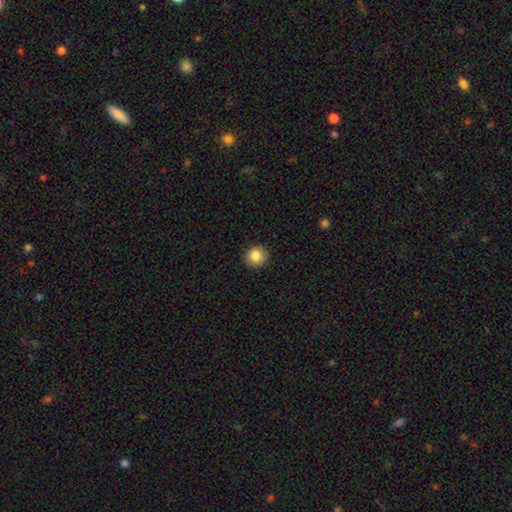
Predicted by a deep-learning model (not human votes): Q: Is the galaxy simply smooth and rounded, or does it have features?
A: smooth — 85%.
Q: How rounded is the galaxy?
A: round — 93%.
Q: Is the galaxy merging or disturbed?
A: none — 90%.